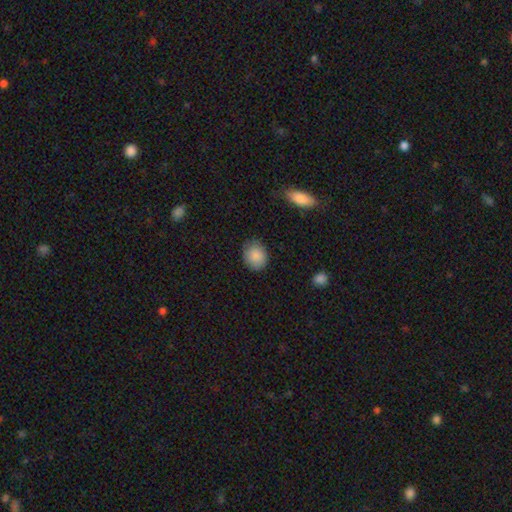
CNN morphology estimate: Smooth or featured? smooth (87%)
How rounded? round (60%)
Merging? none (80%)